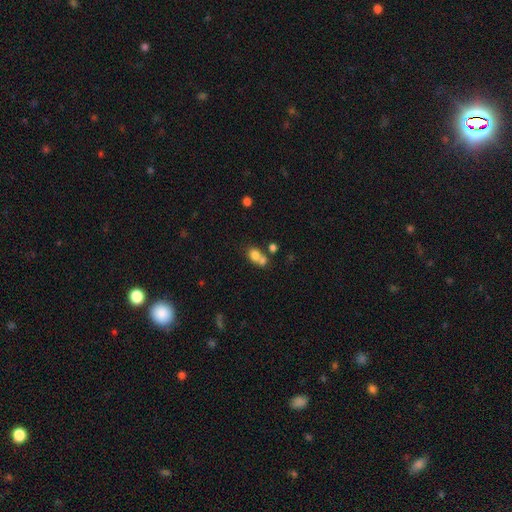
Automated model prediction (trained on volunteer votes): Smooth or featured? smooth (74%)
How rounded? round (60%)
Merging? merger (54%)